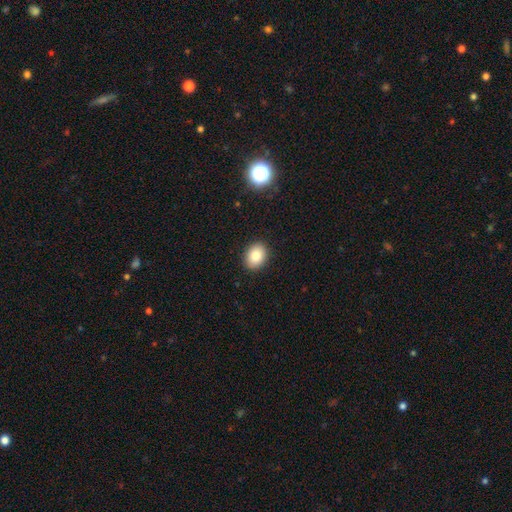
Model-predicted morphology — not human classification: smooth-or-featured: smooth: 85% | star or artifact: 9% | featured or disk: 7%
  how-rounded: in between: 65% | round: 34% | cigar-shaped: 1%
  merging: none: 89% | minor disturbance: 8% | major disturbance: 2% | merger: 1%